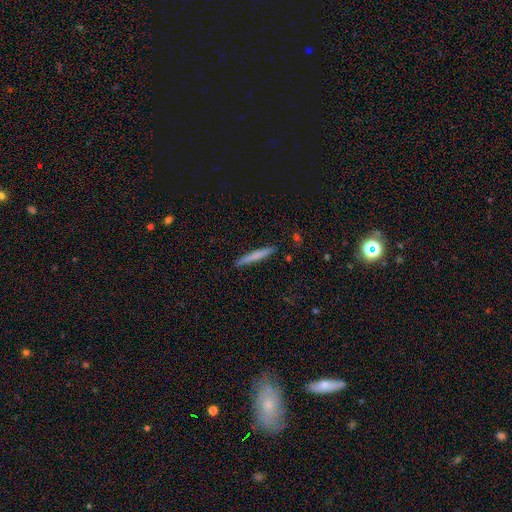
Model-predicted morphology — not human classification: smooth_or_featured: smooth (p=0.66) [alt: featured or disk p=0.28]
how_rounded: cigar-shaped (p=0.96) [alt: in between p=0.02]
merging: none (p=0.89) [alt: minor disturbance p=0.08]